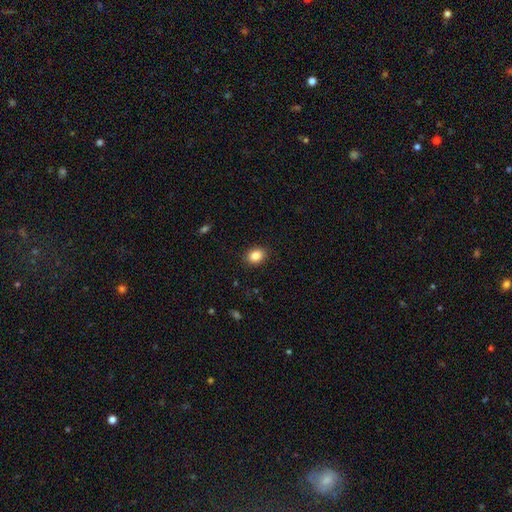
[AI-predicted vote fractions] Smooth or featured: smooth — 85% (star or artifact — 9%)
How rounded: in between — 54% (round — 45%)
Merging: none — 90% (minor disturbance — 7%)